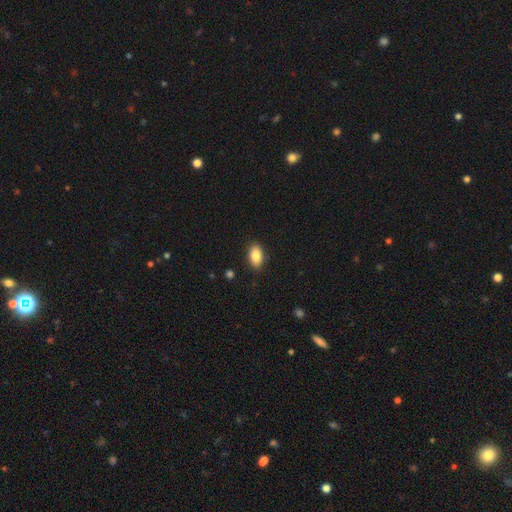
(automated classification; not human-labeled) This appears to be a smooth galaxy with no disk features (85%) that is in between round and cigar-shaped (92%). Merging: none (88%).